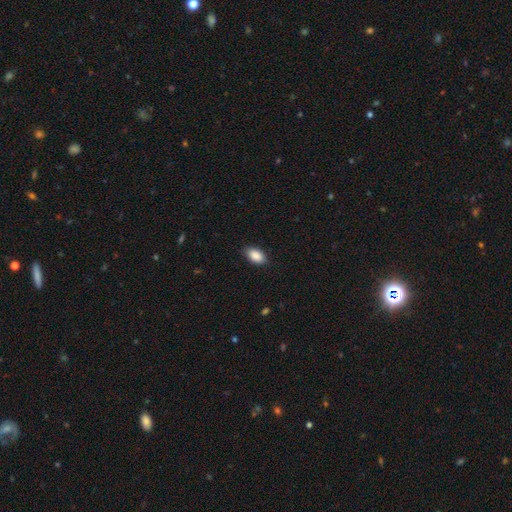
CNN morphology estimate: smooth-or-featured: smooth: 90% | star or artifact: 7% | featured or disk: 3%
  how-rounded: in between: 93% | round: 5% | cigar-shaped: 2%
  merging: none: 85% | minor disturbance: 11% | major disturbance: 2% | merger: 1%